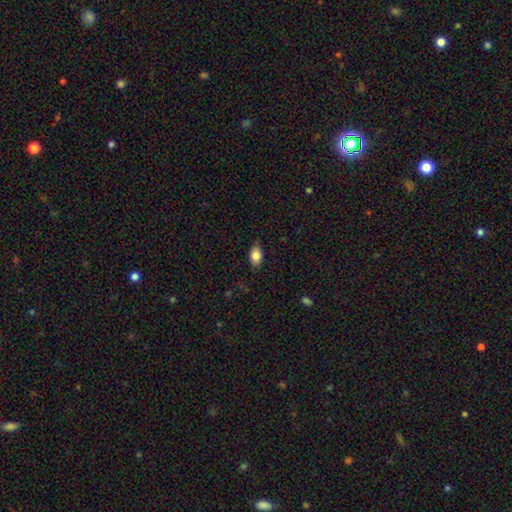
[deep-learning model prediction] Smooth or featured? Predicted: smooth (p=0.82). How rounded? Predicted: in between (p=0.86). Merging? Predicted: none (p=0.76).